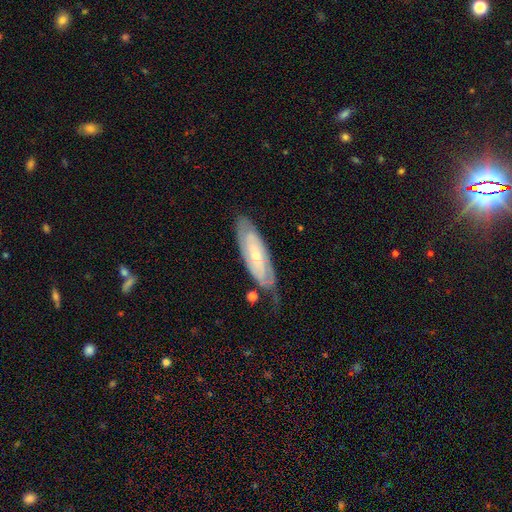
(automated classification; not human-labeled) Overall: featured or disk (71%). Edge-on disk: no (85%). Bar: no (56%; weak 32%). Spiral arms: yes (88%). Spiral arm count: can't tell (43%; 2 42%). Spiral winding: tight (67%). Bulge size: small (70%). Merging: none (64%).